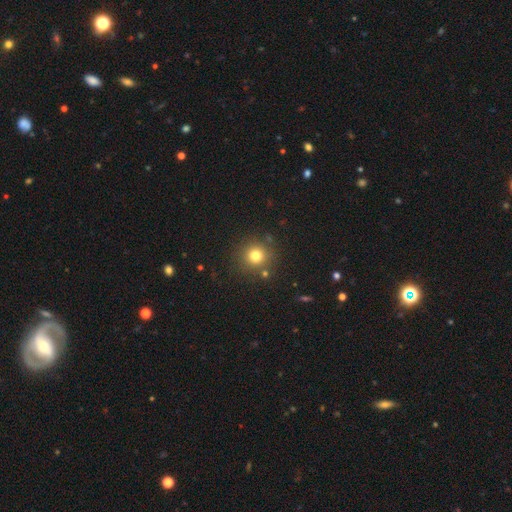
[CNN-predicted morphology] Smooth or featured?
  - smooth: 78% *
  - star or artifact: 15%
  - featured or disk: 7%
How rounded?
  - round: 94% *
  - in between: 5%
  - cigar-shaped: 1%
Merging?
  - none: 85% *
  - minor disturbance: 8%
  - merger: 4%
  - major disturbance: 3%